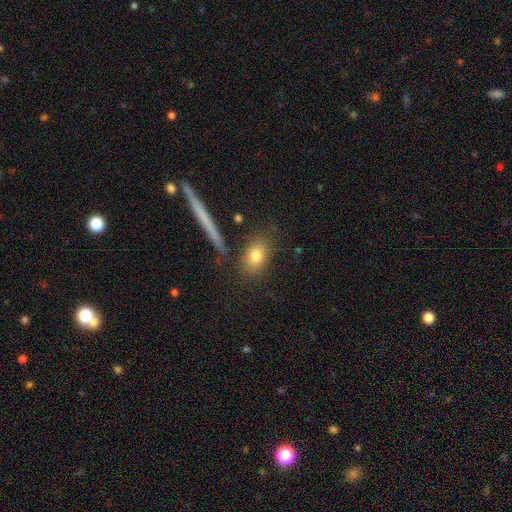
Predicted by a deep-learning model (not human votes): Smooth or featured?
  - smooth: 78% *
  - featured or disk: 12%
  - star or artifact: 10%
How rounded?
  - in between: 69% *
  - round: 24%
  - cigar-shaped: 7%
Merging?
  - none: 79% *
  - minor disturbance: 12%
  - merger: 5%
  - major disturbance: 4%